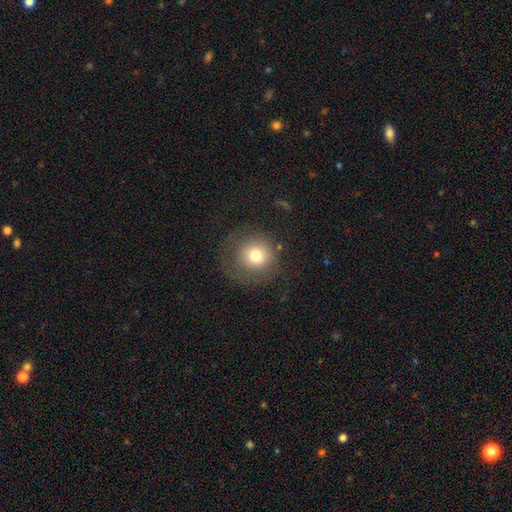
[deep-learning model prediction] This is likely a smooth galaxy (74%). How rounded: clearly round (92%). Merging: likely none (73%).